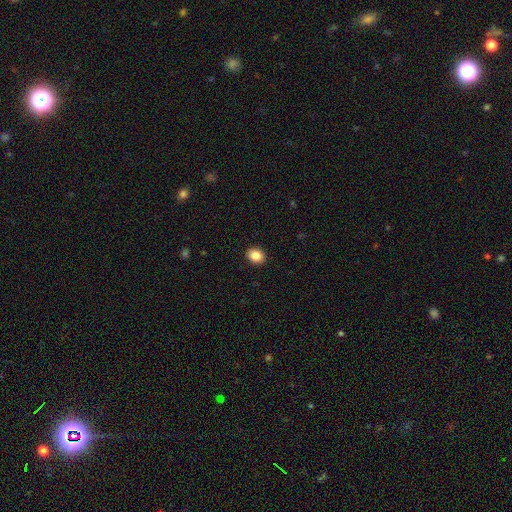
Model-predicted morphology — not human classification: Smooth or featured? smooth (87%)
How rounded? in between (55%)
Merging? none (91%)